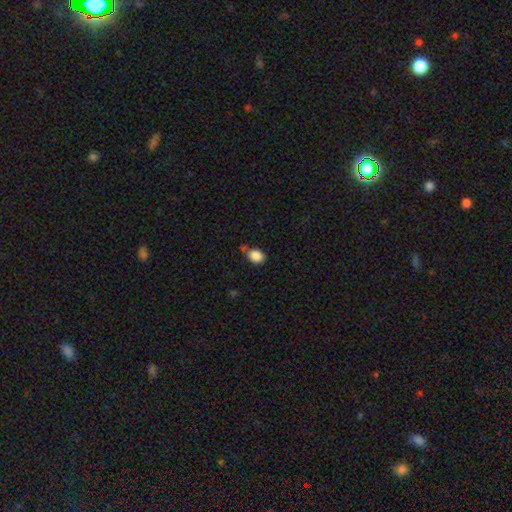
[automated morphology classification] Overall: smooth (87%). How rounded: in between (70%). Merging: none (67%).